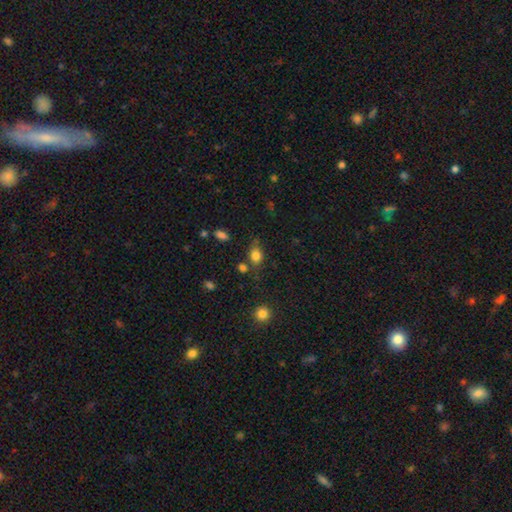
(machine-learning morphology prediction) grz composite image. It shows a smooth galaxy with no disk features (81%) that is in between round and cigar-shaped (60%). Merging: none (66%).